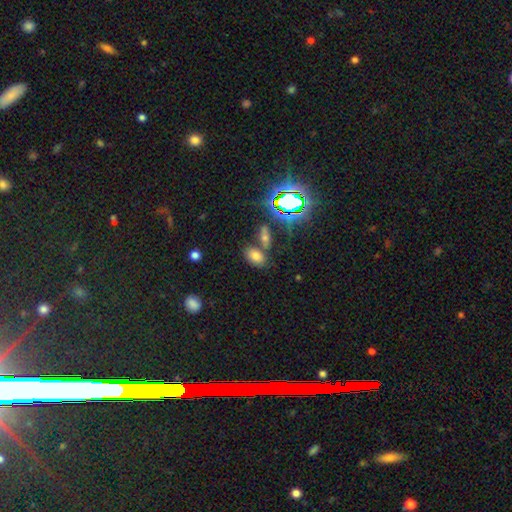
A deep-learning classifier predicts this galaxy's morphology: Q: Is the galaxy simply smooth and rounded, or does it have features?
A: smooth — 67%.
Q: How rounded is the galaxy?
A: in between — 88%.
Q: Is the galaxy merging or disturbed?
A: none — 66%.